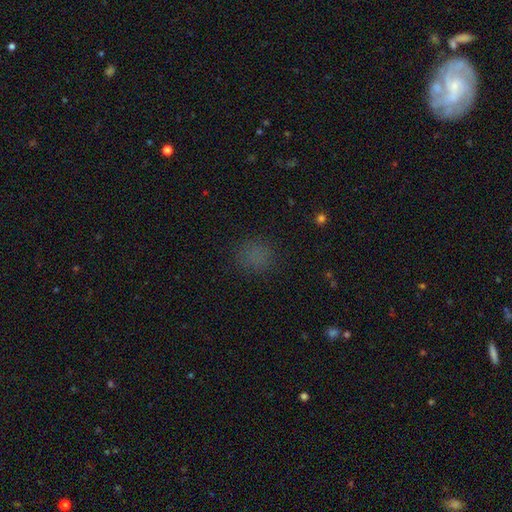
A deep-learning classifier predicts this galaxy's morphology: A smooth galaxy with no disk features (73%) that is round (81%). Merging: none (85%).